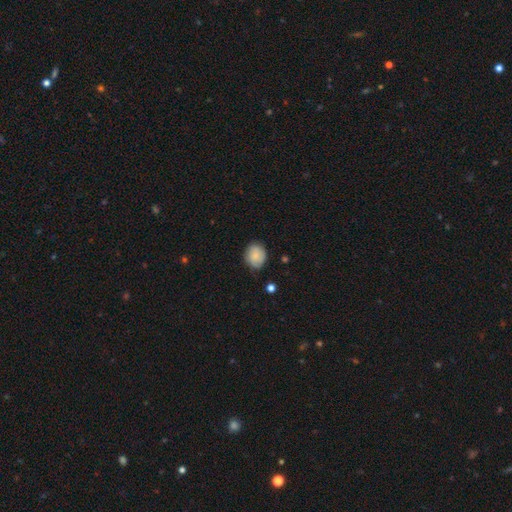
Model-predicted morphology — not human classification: This is clearly a smooth galaxy (82%). How rounded: likely round (63%). Merging: likely none (75%).